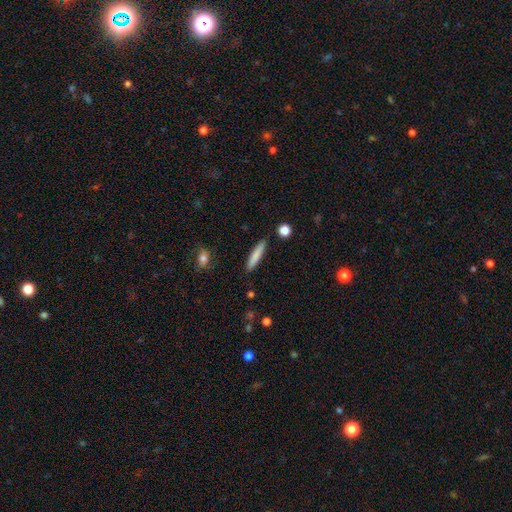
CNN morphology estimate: This appears to be a smooth galaxy with no disk features (81%) that is cigar-shaped (90%). Merging: none (90%).